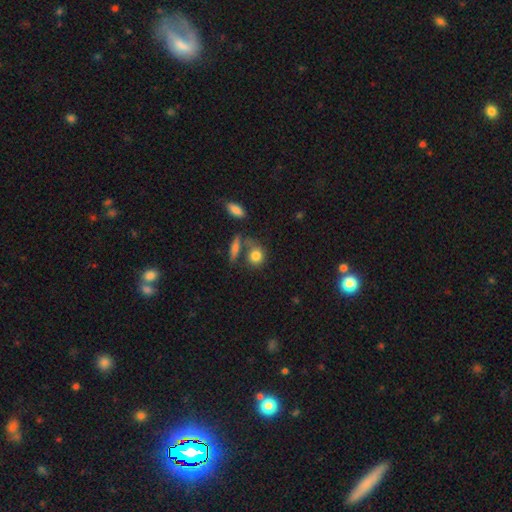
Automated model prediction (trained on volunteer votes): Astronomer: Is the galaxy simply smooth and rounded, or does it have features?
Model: smooth — 81%.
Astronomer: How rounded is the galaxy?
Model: round — 66%.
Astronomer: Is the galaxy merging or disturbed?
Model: none — 54%.